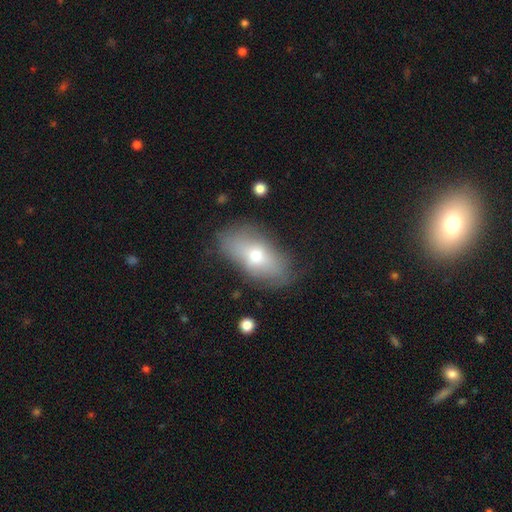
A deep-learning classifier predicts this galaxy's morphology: A smooth galaxy with no disk features (62%) that is in between round and cigar-shaped (88%).

Vote fractions:
- Smooth or featured? smooth: 62% / featured or disk: 29% / star or artifact: 9%
- How rounded? in between: 88% / cigar-shaped: 6% / round: 5%
- Merging? none: 70% / minor disturbance: 20% / major disturbance: 8% / merger: 2%